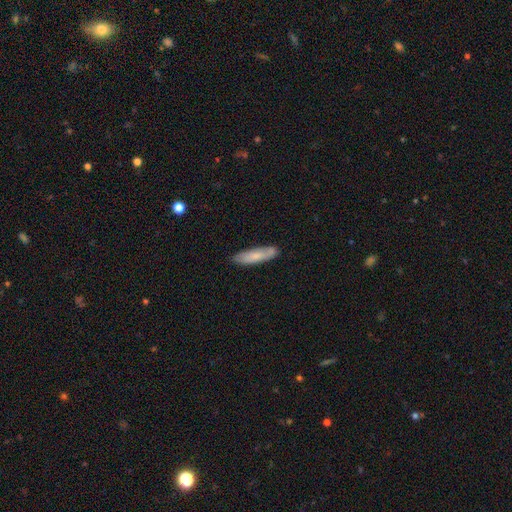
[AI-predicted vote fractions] Morphology: type=smooth (73%); roundness=cigar-shaped (73%); merging=none (83%).